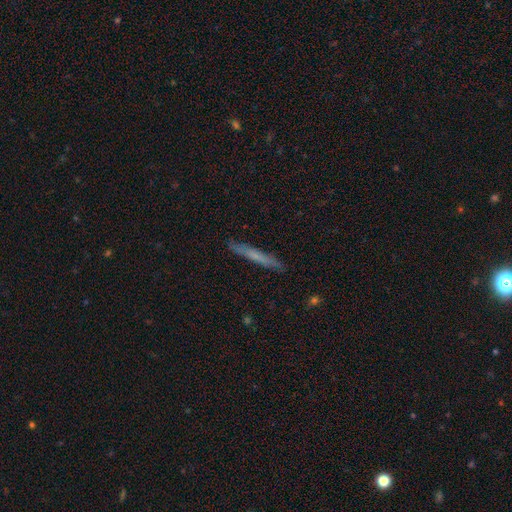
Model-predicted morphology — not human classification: smooth 56%, featured or disk 38%, star or artifact 7%. Down the decision tree: how rounded — cigar-shaped (96%); merging — none (89%).